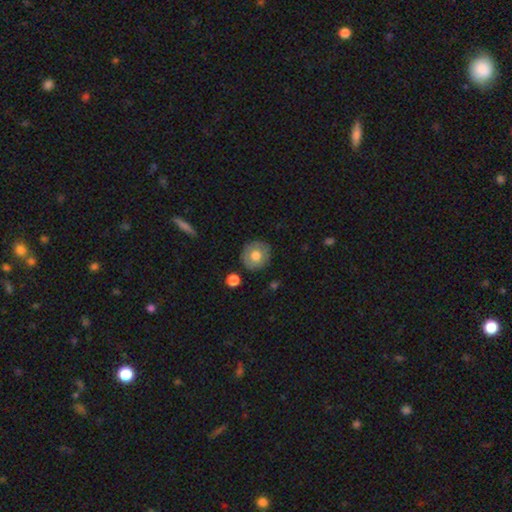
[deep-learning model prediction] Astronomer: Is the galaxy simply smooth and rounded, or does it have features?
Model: smooth — 68%.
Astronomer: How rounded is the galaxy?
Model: round — 88%.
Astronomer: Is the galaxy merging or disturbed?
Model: none — 85%.